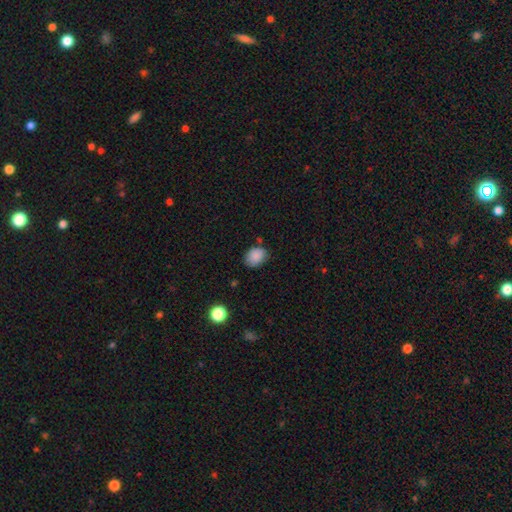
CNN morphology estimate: Q: Smooth or featured?
A: smooth (87%); runner-up: star or artifact (9%)
Q: How rounded?
A: in between (65%); runner-up: round (35%)
Q: Merging?
A: none (75%); runner-up: minor disturbance (19%)